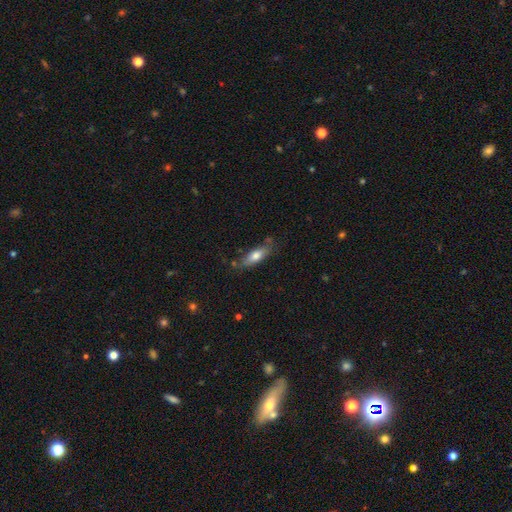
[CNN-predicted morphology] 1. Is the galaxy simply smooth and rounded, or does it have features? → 69% smooth, 24% featured or disk, 7% star or artifact.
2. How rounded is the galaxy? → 54% in between, 44% cigar-shaped, 2% round.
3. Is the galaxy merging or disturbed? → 71% none, 19% minor disturbance, 5% merger, 4% major disturbance.